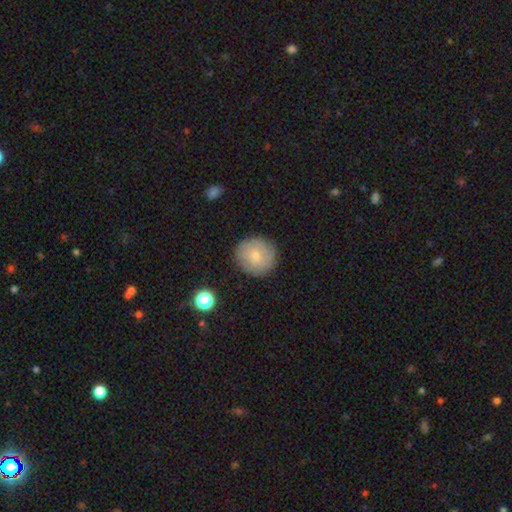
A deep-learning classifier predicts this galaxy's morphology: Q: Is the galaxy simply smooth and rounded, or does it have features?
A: smooth — 64%.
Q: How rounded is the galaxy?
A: round — 91%.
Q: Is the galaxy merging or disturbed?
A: none — 86%.